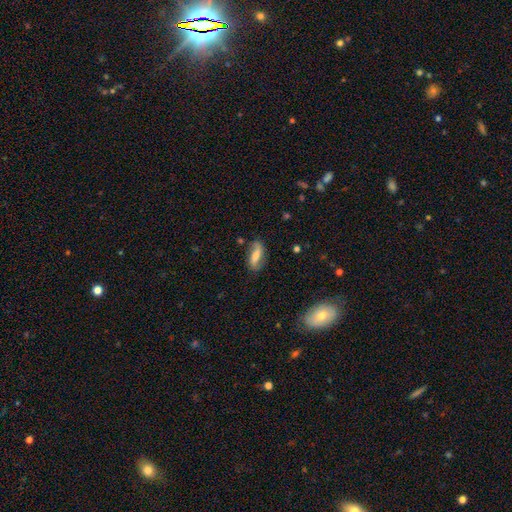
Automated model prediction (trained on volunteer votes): Smooth or featured: featured or disk — 54% (smooth — 39%)
Edge-on disk: no — 85% (yes — 15%)
Merging: none — 74% (minor disturbance — 18%)